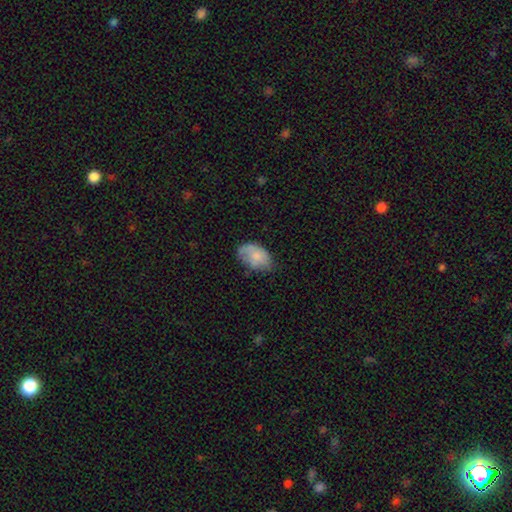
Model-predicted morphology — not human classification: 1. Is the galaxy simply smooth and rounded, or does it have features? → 72% smooth, 21% featured or disk, 7% star or artifact.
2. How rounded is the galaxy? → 89% in between, 10% round, 1% cigar-shaped.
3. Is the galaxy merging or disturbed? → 53% none, 34% minor disturbance, 11% major disturbance, 2% merger.